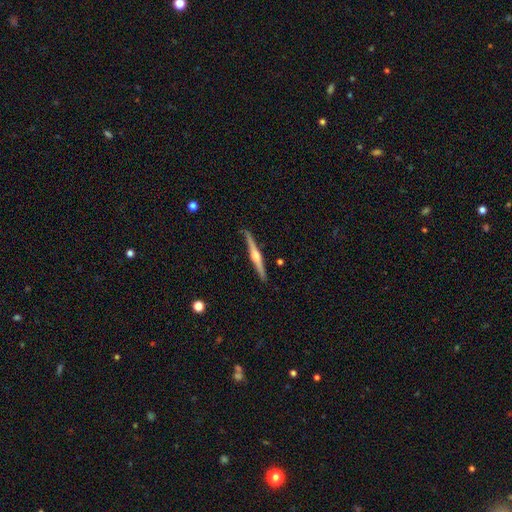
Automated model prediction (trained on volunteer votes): A featured or disk galaxy (81%) viewed edge-on (98%) with a rounded central bulge (90%). Merging: none (90%).